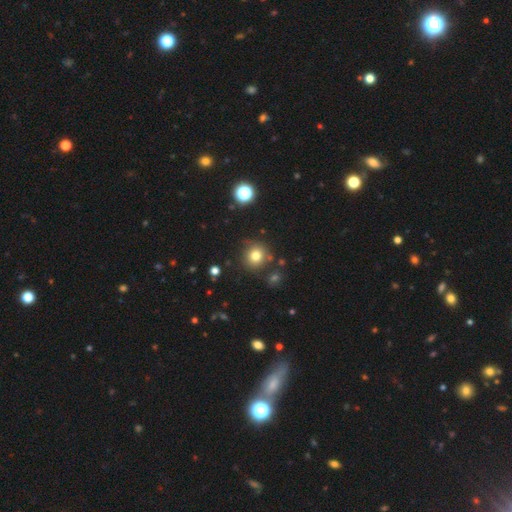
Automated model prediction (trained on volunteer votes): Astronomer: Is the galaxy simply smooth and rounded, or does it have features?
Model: smooth — 77%.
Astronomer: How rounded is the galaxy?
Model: round — 90%.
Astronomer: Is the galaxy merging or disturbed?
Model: none — 81%.